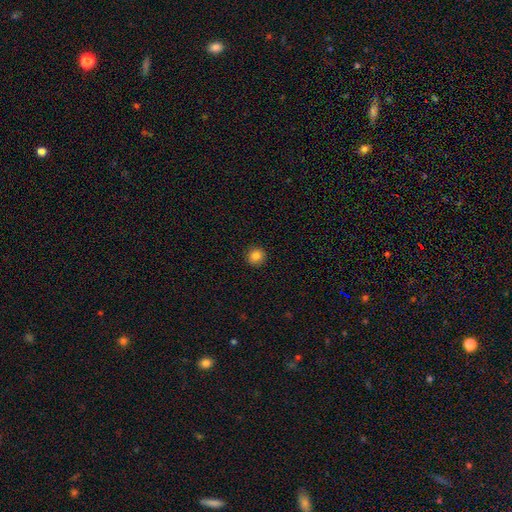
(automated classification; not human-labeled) Smooth or featured?
  - smooth: 85% *
  - star or artifact: 11%
  - featured or disk: 4%
How rounded?
  - round: 92% *
  - in between: 7%
  - cigar-shaped: 1%
Merging?
  - none: 92% *
  - minor disturbance: 5%
  - major disturbance: 2%
  - merger: 1%